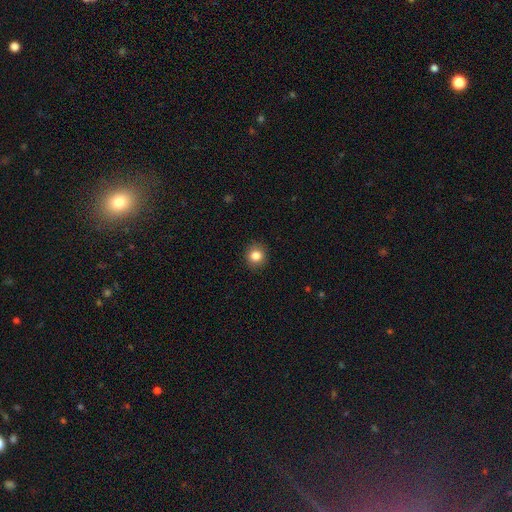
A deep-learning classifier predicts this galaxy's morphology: This appears to be a smooth galaxy with no disk features (84%) that is round (89%). Merging: none (91%).